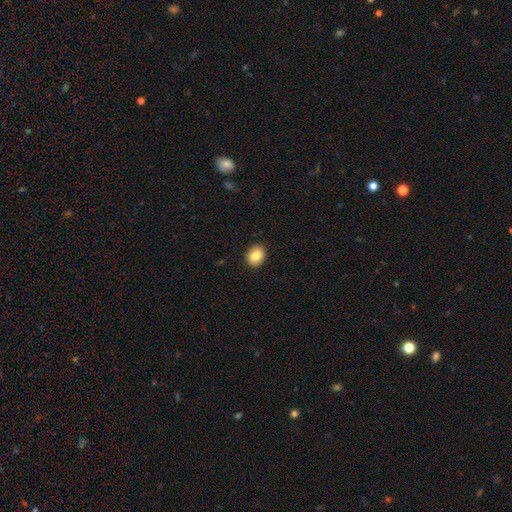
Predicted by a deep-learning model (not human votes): Smooth or featured?
  - smooth: 86% *
  - star or artifact: 8%
  - featured or disk: 6%
How rounded?
  - in between: 55% *
  - round: 44%
  - cigar-shaped: 1%
Merging?
  - none: 91% *
  - minor disturbance: 7%
  - major disturbance: 2%
  - merger: 1%